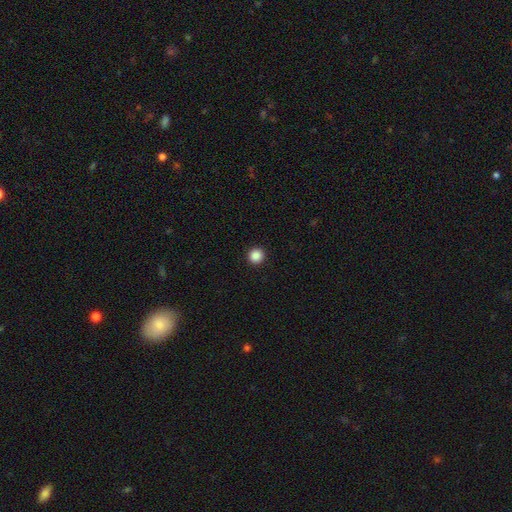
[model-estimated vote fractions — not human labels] Overall: smooth (87%). How rounded: round (96%). Merging: none (94%).